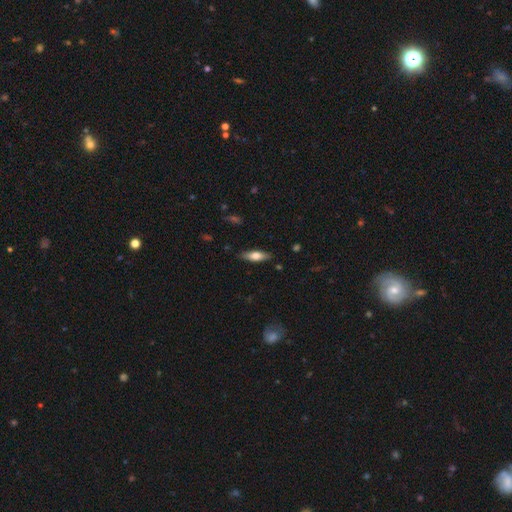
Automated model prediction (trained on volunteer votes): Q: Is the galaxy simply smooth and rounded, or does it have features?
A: smooth — 61%.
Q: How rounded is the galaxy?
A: cigar-shaped — 51%.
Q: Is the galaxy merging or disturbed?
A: none — 85%.